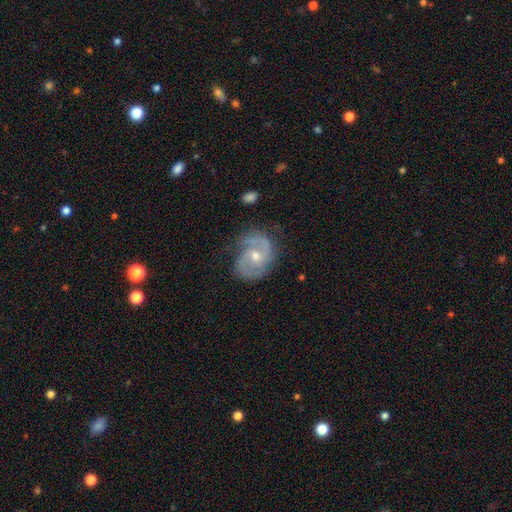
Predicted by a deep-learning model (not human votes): Smooth or featured? featured or disk (87%)
Edge-on disk? no (98%)
Bar? no (60%)
Spiral arms? yes (96%)
Spiral winding? medium (49%)
Spiral arm count? 2 (80%)
Bulge size? moderate (55%)
Merging? none (71%)